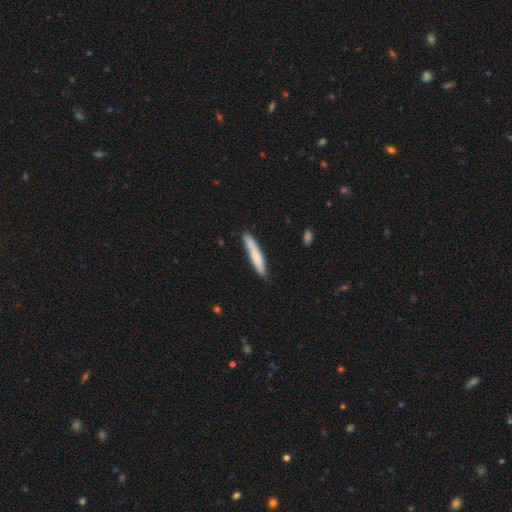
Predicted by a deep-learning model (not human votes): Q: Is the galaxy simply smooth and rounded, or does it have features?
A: smooth — 72%.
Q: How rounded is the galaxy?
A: cigar-shaped — 93%.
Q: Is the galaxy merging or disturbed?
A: none — 81%.